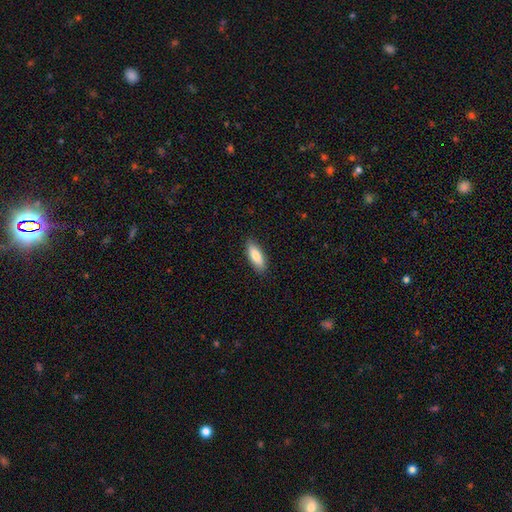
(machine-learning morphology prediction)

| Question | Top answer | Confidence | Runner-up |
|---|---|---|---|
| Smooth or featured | smooth | 83% | featured or disk (11%) |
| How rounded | in between | 71% | cigar-shaped (28%) |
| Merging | none | 89% | minor disturbance (9%) |